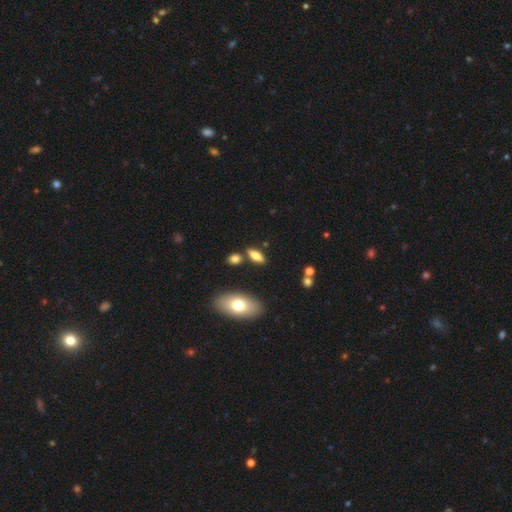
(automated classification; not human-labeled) smooth-or-featured: smooth: 69% | featured or disk: 22% | star or artifact: 8%
  how-rounded: in between: 65% | cigar-shaped: 29% | round: 6%
  merging: none: 77% | minor disturbance: 11% | merger: 8% | major disturbance: 3%